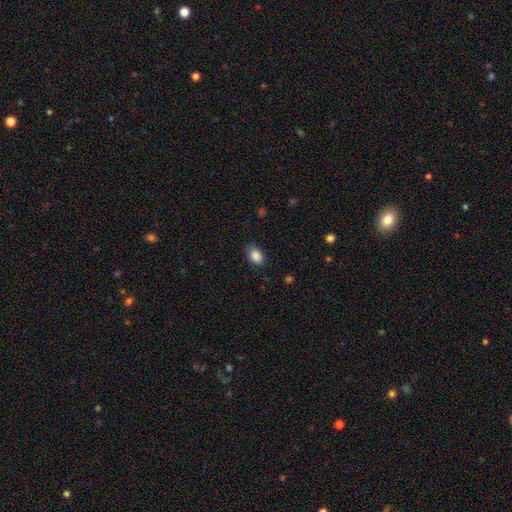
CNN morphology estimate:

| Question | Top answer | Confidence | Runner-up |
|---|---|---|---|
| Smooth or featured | smooth | 88% | star or artifact (8%) |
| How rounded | in between | 82% | round (17%) |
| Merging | none | 80% | minor disturbance (15%) |